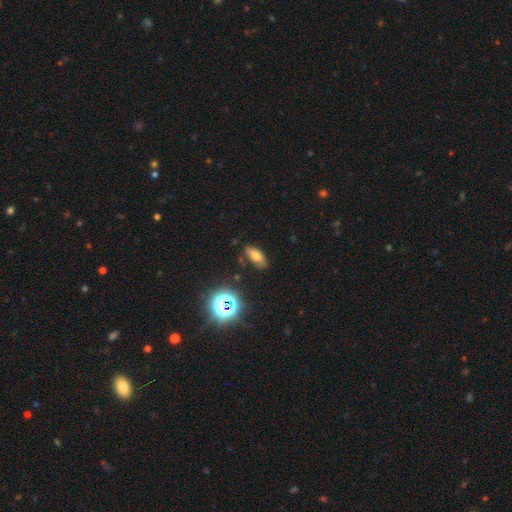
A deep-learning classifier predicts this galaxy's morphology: Smooth or featured? Predicted: smooth (p=0.64). How rounded? Predicted: in between (p=0.74). Merging? Predicted: none (p=0.82).